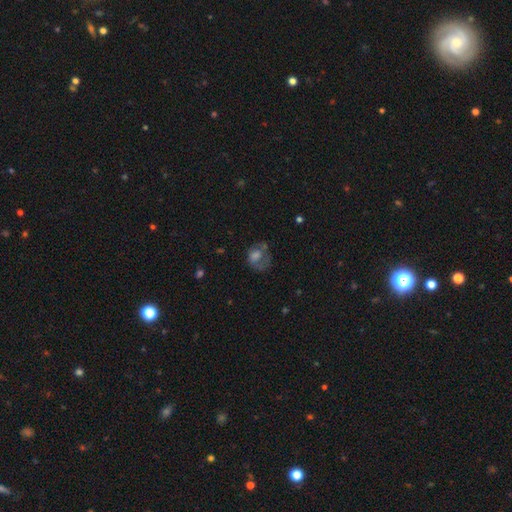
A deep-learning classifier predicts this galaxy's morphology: Smooth or featured? Predicted: smooth (p=0.46). Merging? Predicted: none (p=0.40).